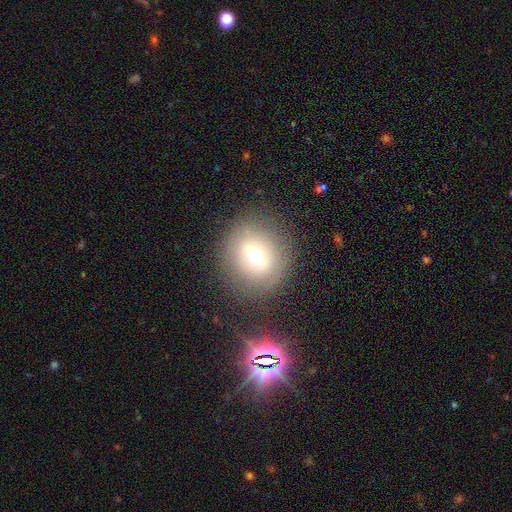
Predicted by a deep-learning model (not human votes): smooth 67%, star or artifact 17%, featured or disk 17%. Down the decision tree: how rounded — round (91%); merging — none (83%).